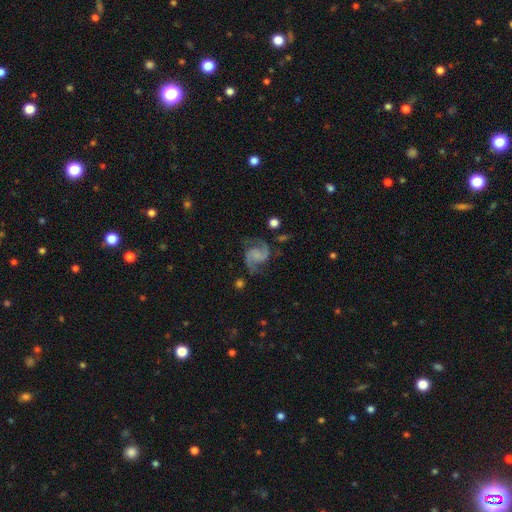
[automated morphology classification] This appears to be a featured or disk galaxy (89%) with no bar (58%), 2 (94%) medium (55%) spiral arms (98%) and no central bulge (57%). Merging: none (76%).